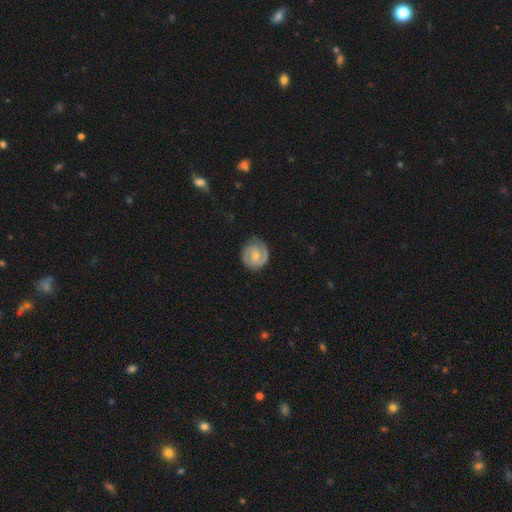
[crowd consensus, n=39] Smooth or featured? featured or disk (82%)
Edge-on disk? no (100%)
Bar? no (62%)
Spiral arms? yes (91%)
Spiral winding? tight (69%)
Spiral arm count? 2 (90%)
Bulge size? small (53%)
Merging? none (71%)